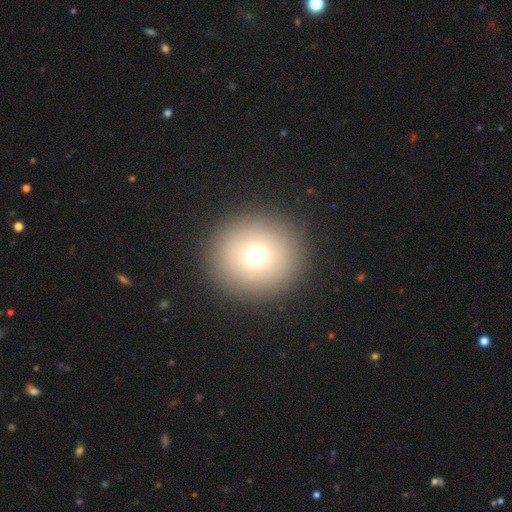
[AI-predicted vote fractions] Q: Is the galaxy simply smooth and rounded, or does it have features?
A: smooth — 69%.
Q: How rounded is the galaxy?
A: round — 90%.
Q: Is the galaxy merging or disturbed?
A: none — 90%.